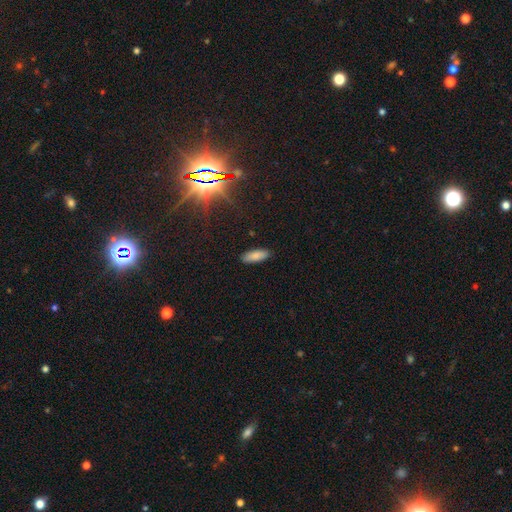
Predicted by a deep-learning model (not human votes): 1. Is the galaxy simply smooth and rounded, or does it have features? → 85% smooth, 9% star or artifact, 6% featured or disk.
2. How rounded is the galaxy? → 71% in between, 27% cigar-shaped, 2% round.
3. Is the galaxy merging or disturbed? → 89% none, 8% minor disturbance, 2% major disturbance, 1% merger.